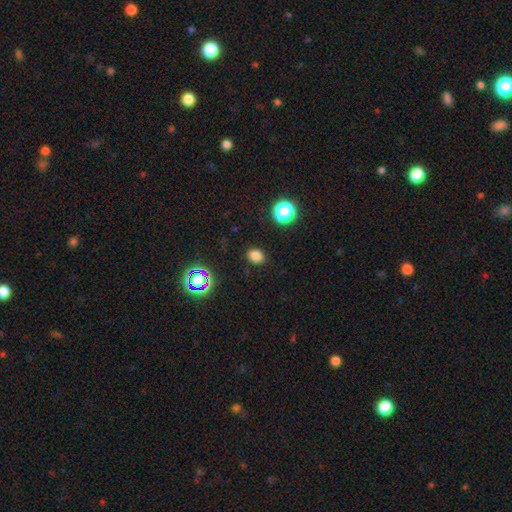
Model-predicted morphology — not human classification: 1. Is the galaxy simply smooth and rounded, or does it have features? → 80% smooth, 15% star or artifact, 5% featured or disk.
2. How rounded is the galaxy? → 52% in between, 47% round, 1% cigar-shaped.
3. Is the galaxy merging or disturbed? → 88% none, 8% minor disturbance, 3% major disturbance, 1% merger.